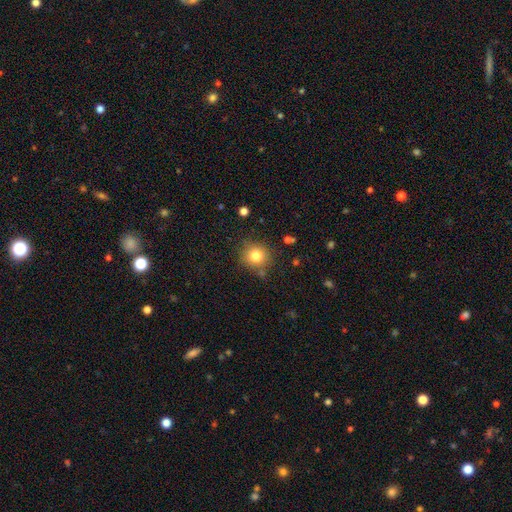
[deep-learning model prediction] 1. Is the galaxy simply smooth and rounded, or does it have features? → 80% smooth, 12% star or artifact, 8% featured or disk.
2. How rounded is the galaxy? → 90% round, 9% in between, 1% cigar-shaped.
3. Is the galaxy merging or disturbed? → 81% none, 11% minor disturbance, 4% merger, 4% major disturbance.